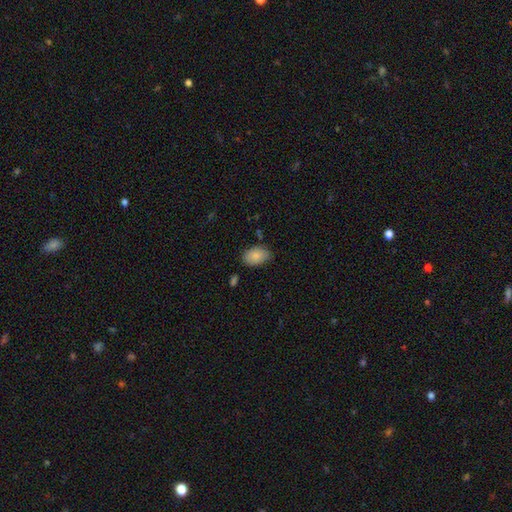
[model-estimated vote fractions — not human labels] smooth 85%, featured or disk 8%, star or artifact 7%. Down the decision tree: how rounded — in between (89%); merging — none (78%).